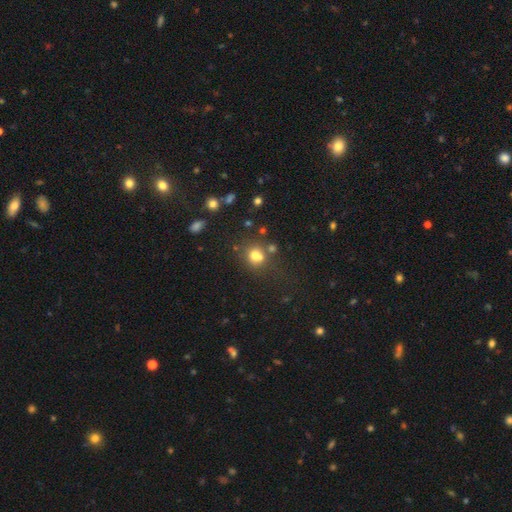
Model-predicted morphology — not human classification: Smooth or featured: smooth — 69% (star or artifact — 17%)
How rounded: round — 74% (in between — 25%)
Merging: none — 50% (merger — 33%)